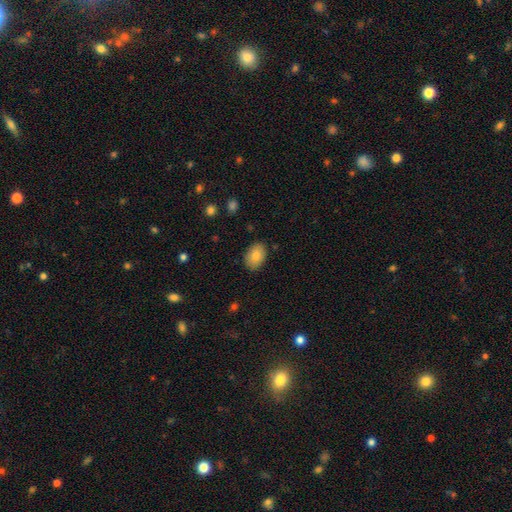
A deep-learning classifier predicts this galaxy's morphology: A smooth galaxy with no disk features (83%) that is in between round and cigar-shaped (84%). Merging: none (86%).